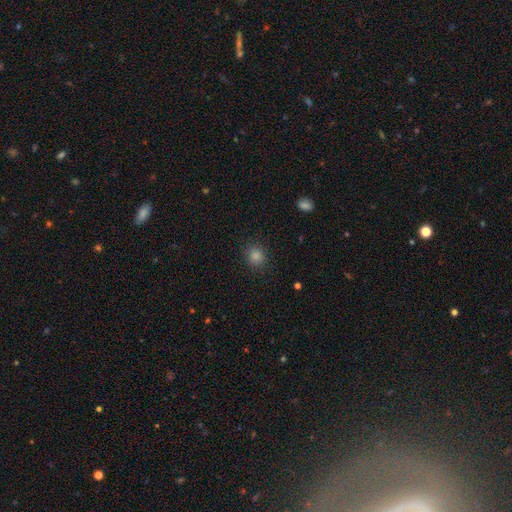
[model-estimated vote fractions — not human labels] This appears to be a smooth galaxy with no disk features (80%) that is round (88%). Merging: none (90%).